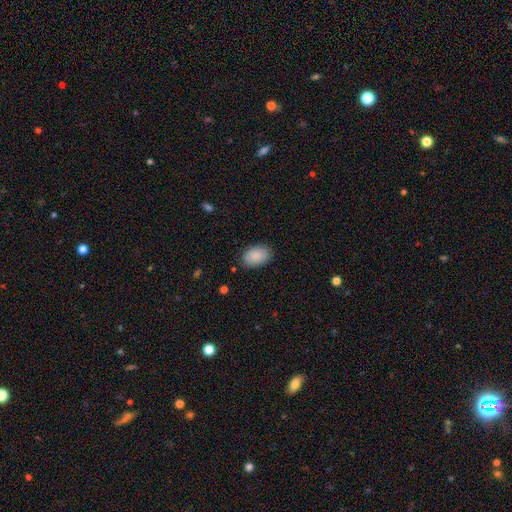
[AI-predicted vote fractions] This appears to be a smooth galaxy with no disk features (88%) that is in between round and cigar-shaped (89%). Merging: none (84%).